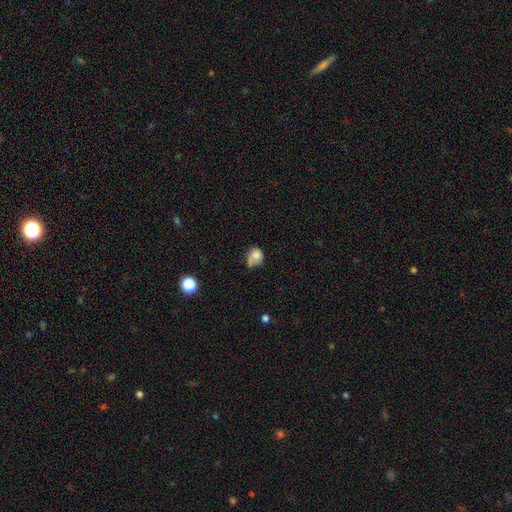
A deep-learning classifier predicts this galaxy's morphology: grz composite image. It shows a smooth galaxy with no disk features (71%) that is round (59%). Merging: none (36%).